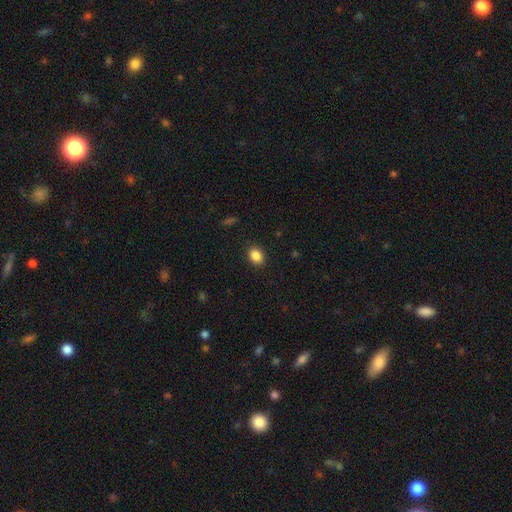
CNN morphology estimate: This appears to be a smooth galaxy with no disk features (87%) that is in between round and cigar-shaped (62%). Merging: none (89%).